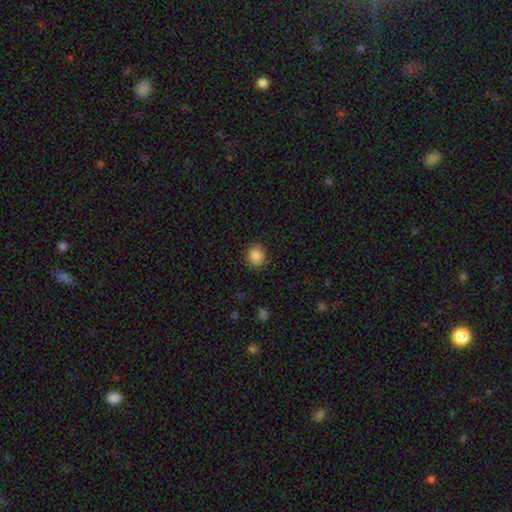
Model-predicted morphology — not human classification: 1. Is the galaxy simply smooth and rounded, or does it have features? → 88% smooth, 9% star or artifact, 3% featured or disk.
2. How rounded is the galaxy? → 77% round, 22% in between, 1% cigar-shaped.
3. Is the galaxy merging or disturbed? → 89% none, 8% minor disturbance, 2% major disturbance, 1% merger.